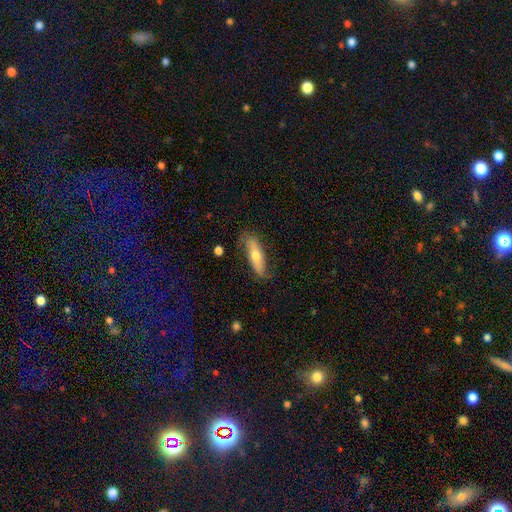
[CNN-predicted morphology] smooth 52%, featured or disk 42%, star or artifact 6%. Down the decision tree: how rounded — cigar-shaped (55%); merging — none (73%).